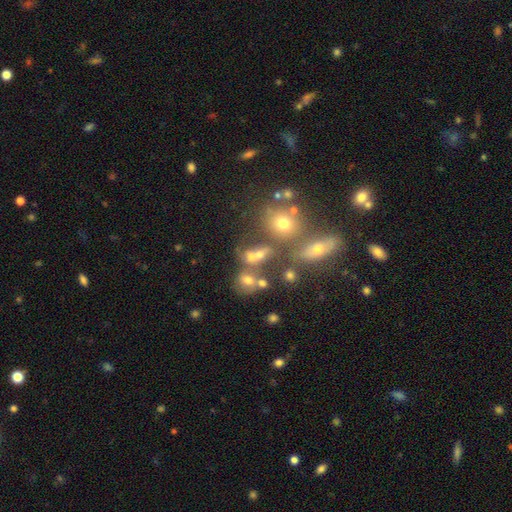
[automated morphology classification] Smooth or featured: smooth — 62% (star or artifact — 21%)
How rounded: in between — 48% (round — 47%)
Merging: none — 42% (merger — 37%)